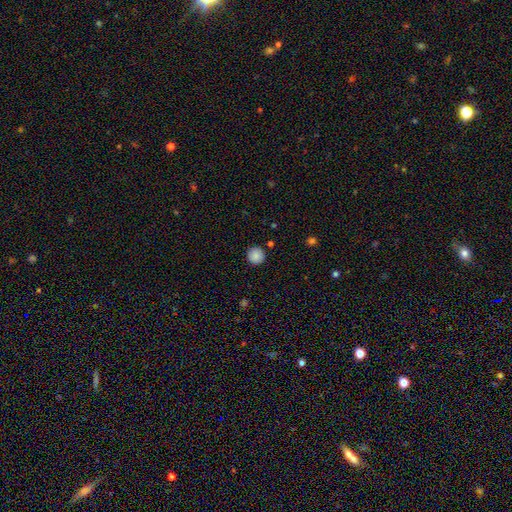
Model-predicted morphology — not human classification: Smooth or featured? smooth (87%)
How rounded? round (95%)
Merging? none (90%)